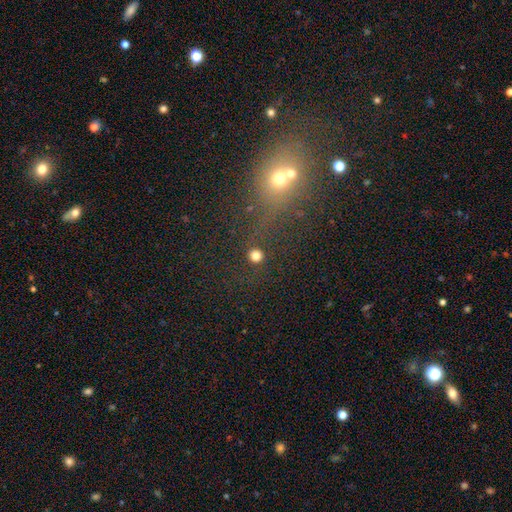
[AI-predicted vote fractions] This is likely a smooth galaxy (78%). How rounded: clearly round (94%). Merging: clearly none (87%).